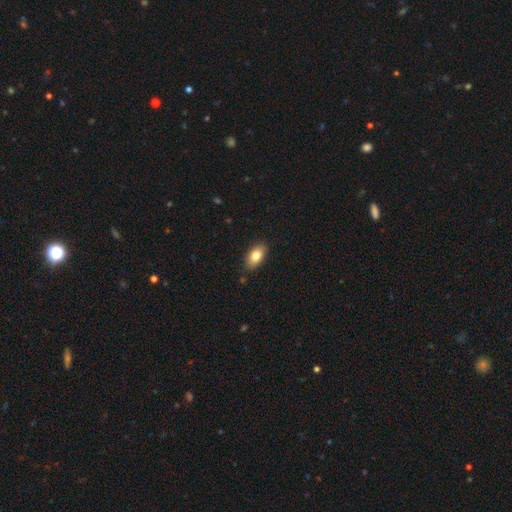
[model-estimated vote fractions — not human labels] Smooth or featured? smooth (80%)
How rounded? in between (91%)
Merging? none (87%)